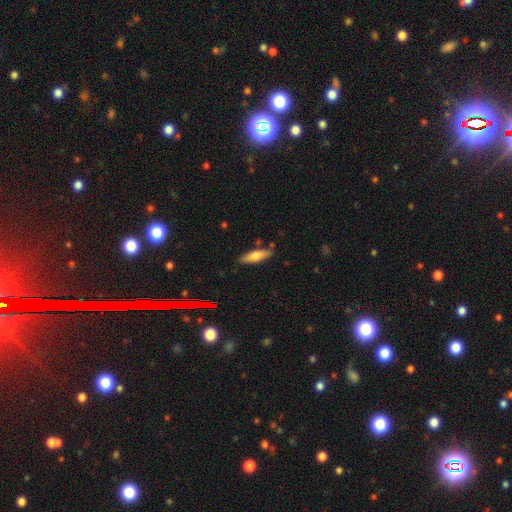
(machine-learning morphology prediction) This is likely a smooth galaxy (69%). How rounded: possibly cigar-shaped (57%). Merging: clearly none (82%).